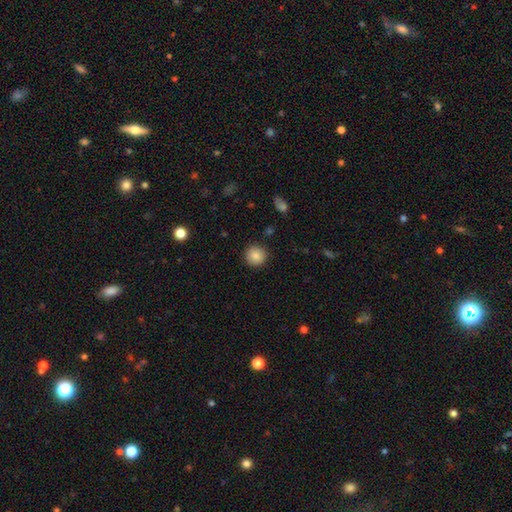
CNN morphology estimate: Smooth or featured? Predicted: smooth (p=0.87). How rounded? Predicted: round (p=0.94). Merging? Predicted: none (p=0.91).